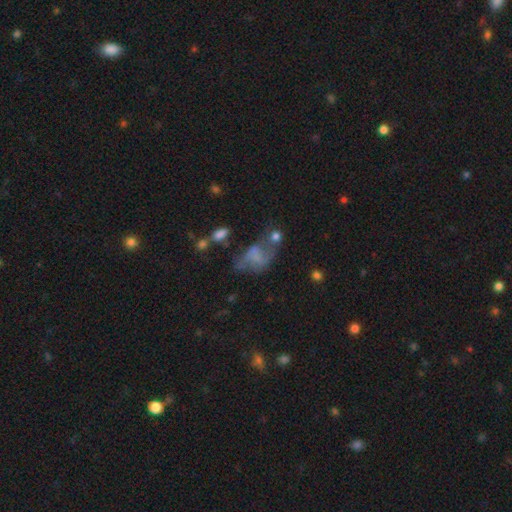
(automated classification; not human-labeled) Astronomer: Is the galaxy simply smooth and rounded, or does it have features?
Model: smooth — 44% (runner-up: featured or disk, 39%).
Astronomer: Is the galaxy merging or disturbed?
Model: major disturbance — 31% (runner-up: none, 30%).